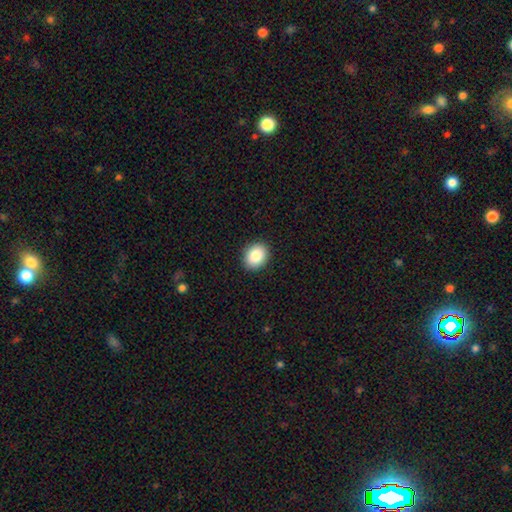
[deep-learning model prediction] This is clearly a smooth galaxy (87%). How rounded: possibly in between (52%). Merging: clearly none (91%).